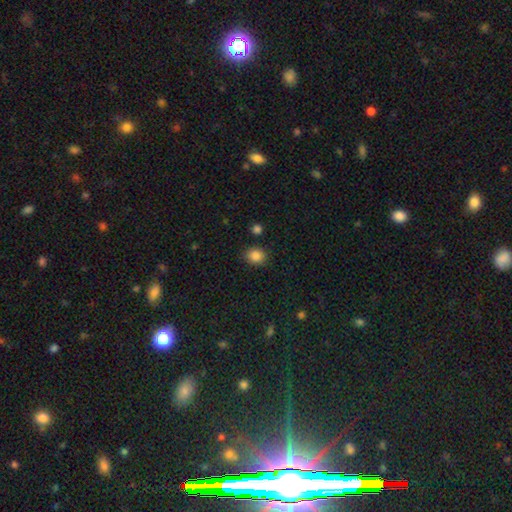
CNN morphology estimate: Smooth or featured? Predicted: smooth (p=0.86). How rounded? Predicted: round (p=0.64). Merging? Predicted: none (p=0.86).